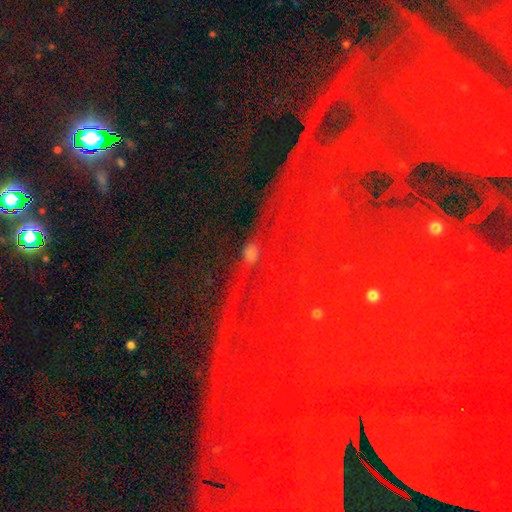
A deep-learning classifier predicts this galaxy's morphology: type=star or artifact (82%).